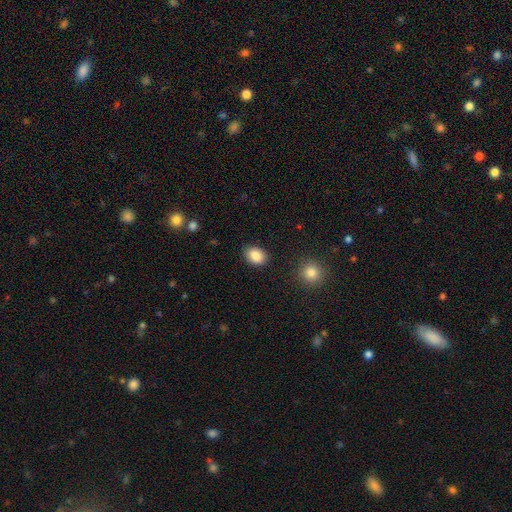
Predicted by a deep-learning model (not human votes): Morphology: type=smooth (88%); roundness=in between (66%); merging=none (86%).